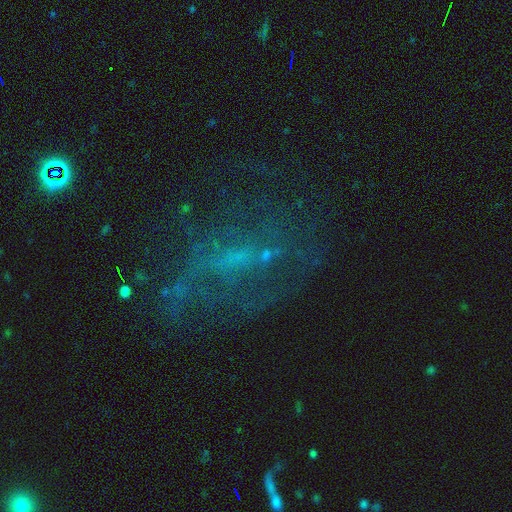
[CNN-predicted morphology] Smooth or featured? Predicted: featured or disk (p=0.57). Edge-on disk? Predicted: no (p=0.94). Bar? Predicted: no (p=0.58). Spiral arms? Predicted: no (p=0.61). Bulge size? Predicted: none (p=0.52). Merging? Predicted: none (p=0.52).